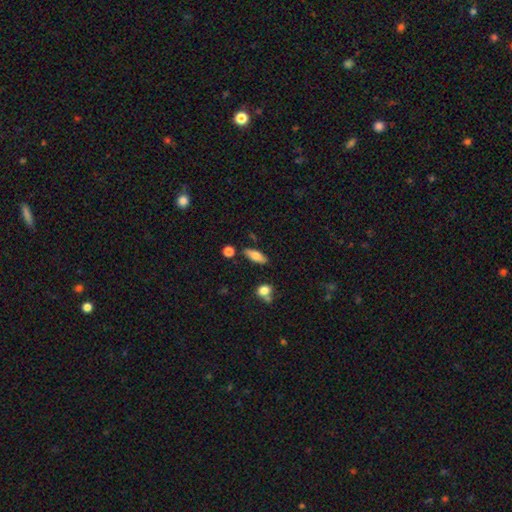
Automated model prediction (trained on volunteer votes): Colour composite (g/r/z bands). It shows a smooth galaxy with no disk features (72%) that is in between round and cigar-shaped (69%). Merging: none (80%).